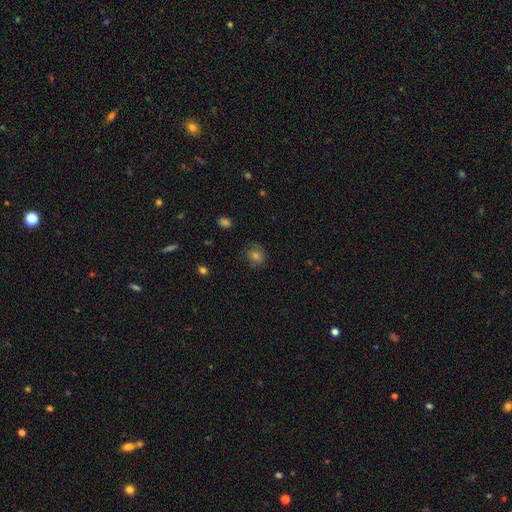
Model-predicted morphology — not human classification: Smooth or featured?
  - smooth: 59% *
  - star or artifact: 21%
  - featured or disk: 20%
How rounded?
  - round: 76% *
  - in between: 23%
  - cigar-shaped: 1%
Merging?
  - none: 78% *
  - minor disturbance: 15%
  - major disturbance: 5%
  - merger: 1%